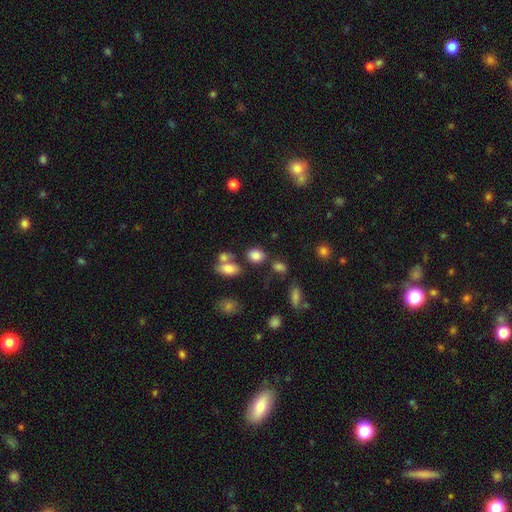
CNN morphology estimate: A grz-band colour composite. It shows a smooth galaxy with no disk features (82%) that is in between round and cigar-shaped (60%). Merging: none (71%).